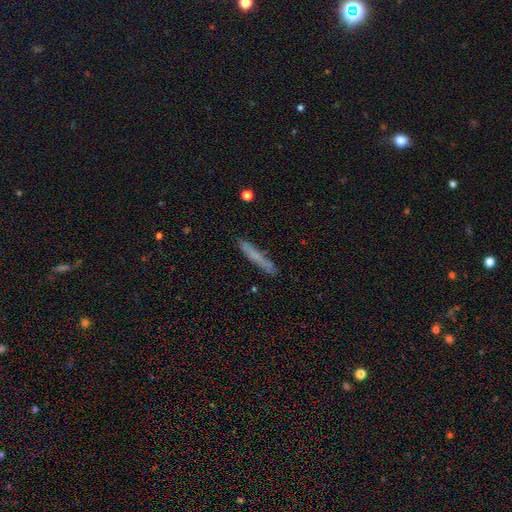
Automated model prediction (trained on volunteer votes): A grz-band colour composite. It shows a smooth galaxy with no disk features (66%) that is cigar-shaped (95%). Merging: none (85%).